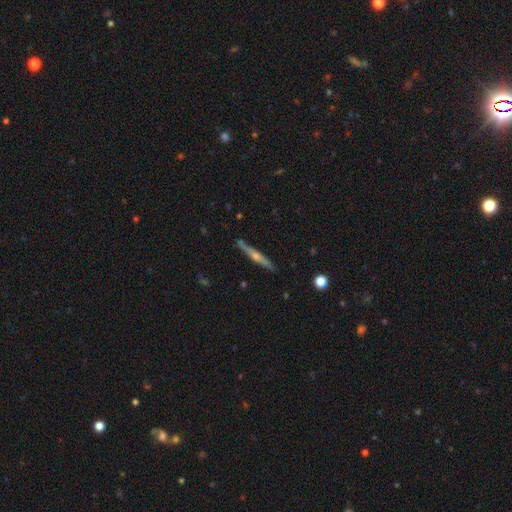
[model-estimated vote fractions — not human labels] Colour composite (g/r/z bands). It shows a featured or disk galaxy (73%) viewed edge-on (98%) with a rounded central bulge (82%). Merging: none (89%).